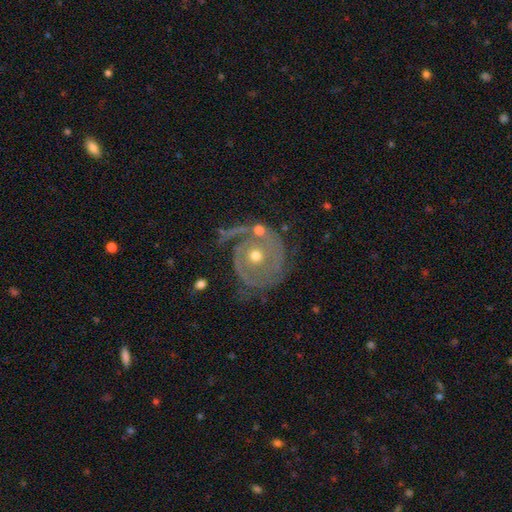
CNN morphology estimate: Smooth or featured? featured or disk (81%)
Edge-on disk? no (97%)
Bar? no (84%)
Spiral arms? yes (83%)
Spiral winding? tight (66%)
Spiral arm count? 2 (38%)
Bulge size? moderate (62%)
Merging? none (58%)